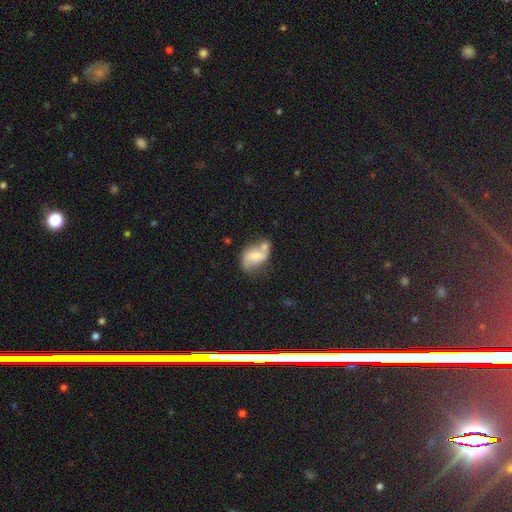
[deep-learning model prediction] Smooth or featured: featured or disk — 49% (smooth — 43%)
Merging: none — 39% (merger — 30%)